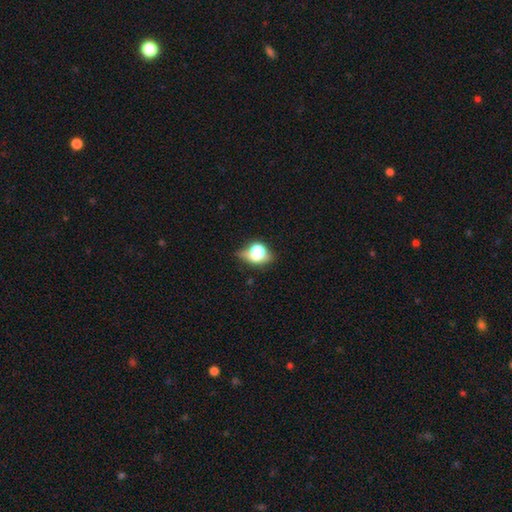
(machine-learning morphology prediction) smooth_or_featured: smooth (p=0.63) [alt: featured or disk p=0.24]
how_rounded: in between (p=0.56) [alt: round p=0.41]
merging: none (p=0.39) [alt: minor disturbance p=0.26]